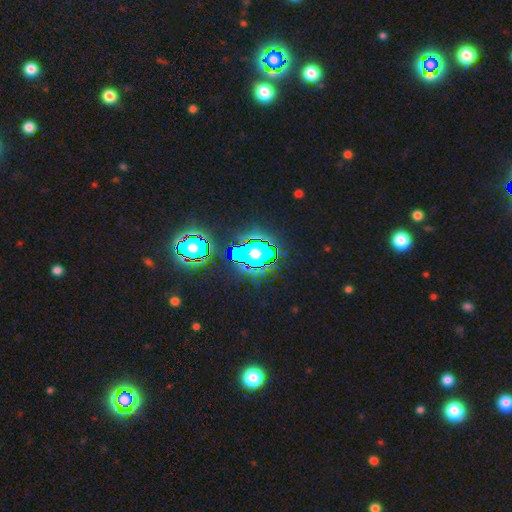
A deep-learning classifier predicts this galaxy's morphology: Smooth or featured?
  - star or artifact: 76% *
  - smooth: 13%
  - featured or disk: 11%